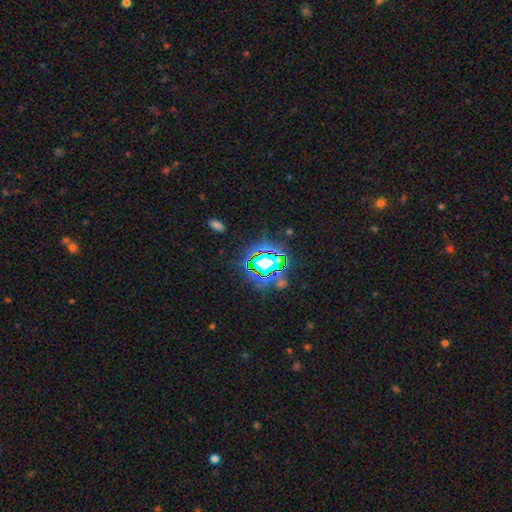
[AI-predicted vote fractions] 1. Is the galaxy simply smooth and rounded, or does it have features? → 73% star or artifact, 15% smooth, 12% featured or disk.